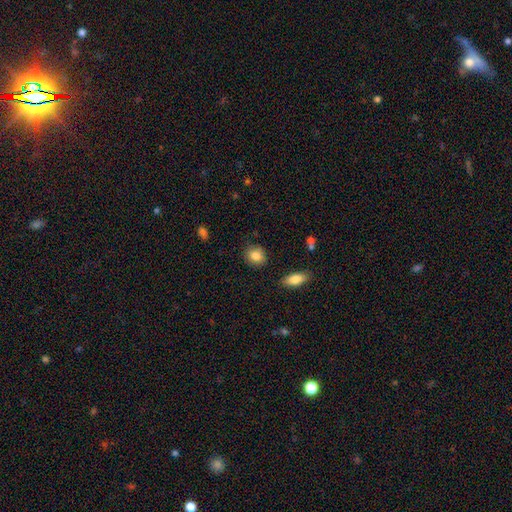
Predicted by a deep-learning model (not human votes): Overall: smooth (85%). How rounded: round (70%). Merging: none (85%).